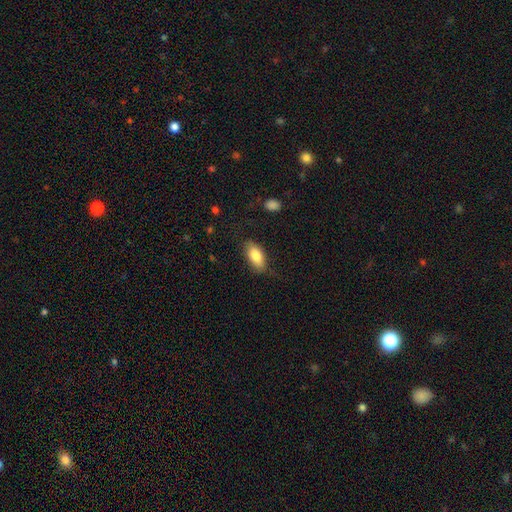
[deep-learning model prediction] Smooth or featured? smooth (83%)
How rounded? in between (88%)
Merging? none (76%)